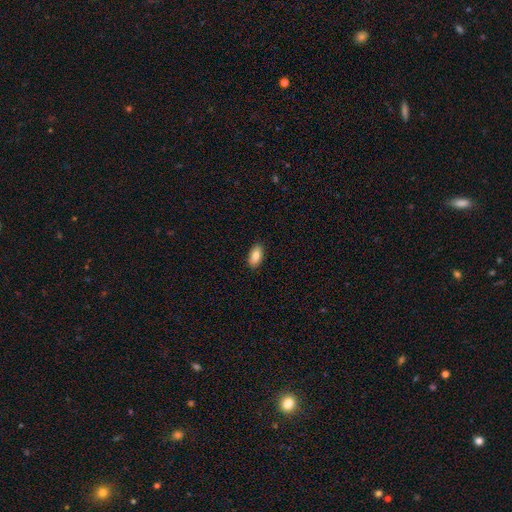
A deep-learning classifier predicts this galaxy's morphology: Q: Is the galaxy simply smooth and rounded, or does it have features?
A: smooth — 85%.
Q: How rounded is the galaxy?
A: in between — 93%.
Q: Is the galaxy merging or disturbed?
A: none — 90%.